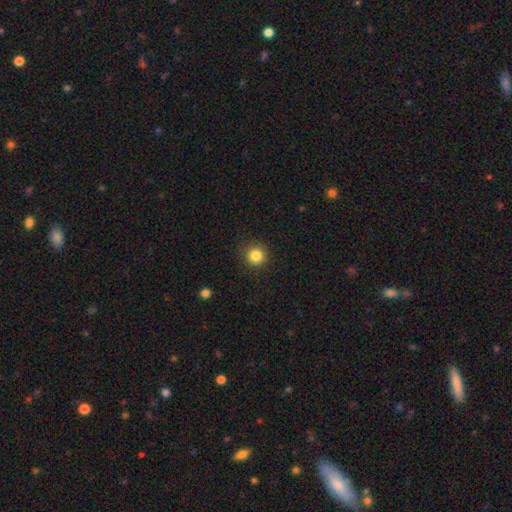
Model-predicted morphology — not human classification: Smooth or featured: smooth — 84% (star or artifact — 11%)
How rounded: round — 94% (in between — 5%)
Merging: none — 91% (minor disturbance — 6%)